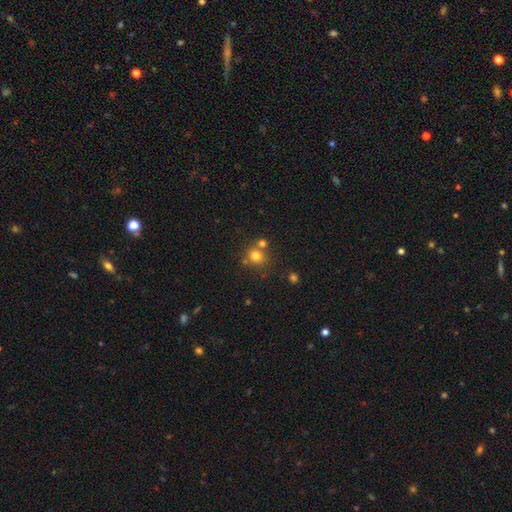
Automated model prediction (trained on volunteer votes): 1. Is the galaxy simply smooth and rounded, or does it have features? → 77% smooth, 15% star or artifact, 9% featured or disk.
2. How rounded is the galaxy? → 82% round, 17% in between, 1% cigar-shaped.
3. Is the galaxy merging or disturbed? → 59% none, 28% merger, 9% minor disturbance, 4% major disturbance.